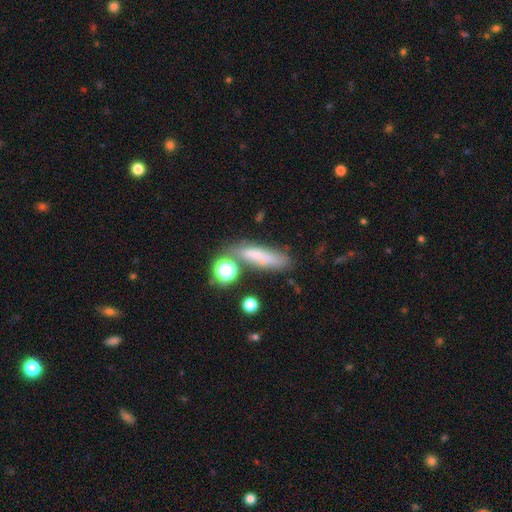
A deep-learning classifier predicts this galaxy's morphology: A smooth galaxy with no disk features (64%) that is cigar-shaped (60%).

Vote fractions:
- Smooth or featured? smooth: 64% / featured or disk: 21% / star or artifact: 14%
- How rounded? cigar-shaped: 60% / in between: 33% / round: 7%
- Merging? none: 57% / minor disturbance: 20% / merger: 13% / major disturbance: 10%